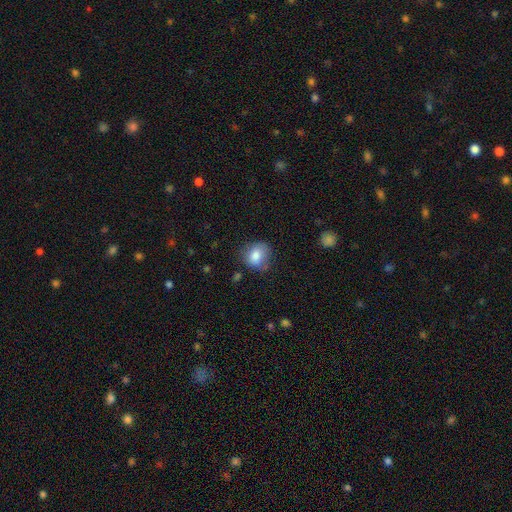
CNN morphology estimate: Overall: smooth (81%). How rounded: round (62%; in between 37%). Merging: none (63%; minor disturbance 26%).